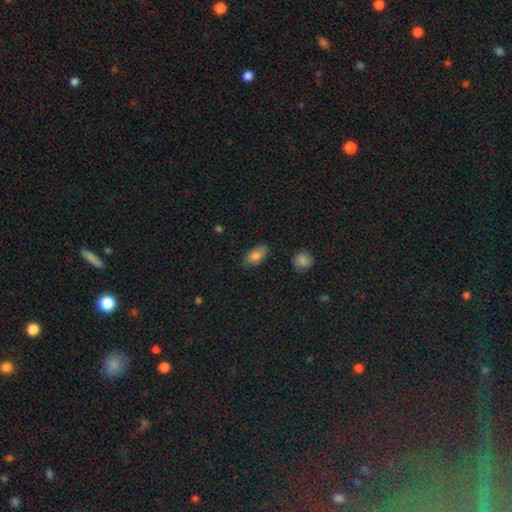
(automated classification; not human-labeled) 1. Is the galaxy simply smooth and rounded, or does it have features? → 81% smooth, 11% featured or disk, 8% star or artifact.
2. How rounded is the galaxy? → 91% in between, 5% cigar-shaped, 4% round.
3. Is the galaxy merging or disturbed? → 80% none, 16% minor disturbance, 3% major disturbance, 2% merger.